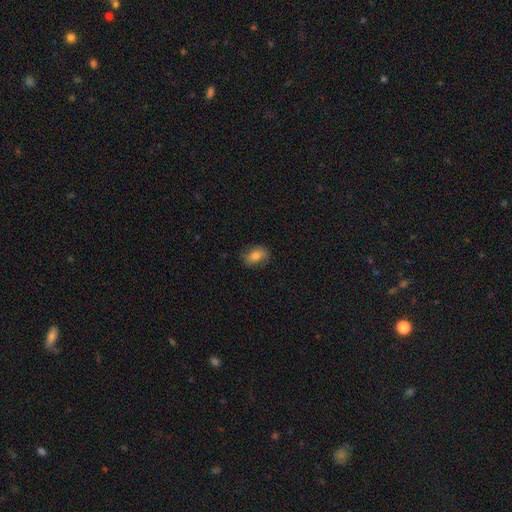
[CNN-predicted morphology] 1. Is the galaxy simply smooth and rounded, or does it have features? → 75% smooth, 16% featured or disk, 9% star or artifact.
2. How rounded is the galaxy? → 79% in between, 19% round, 2% cigar-shaped.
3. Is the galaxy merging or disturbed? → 81% none, 15% minor disturbance, 3% major disturbance, 1% merger.